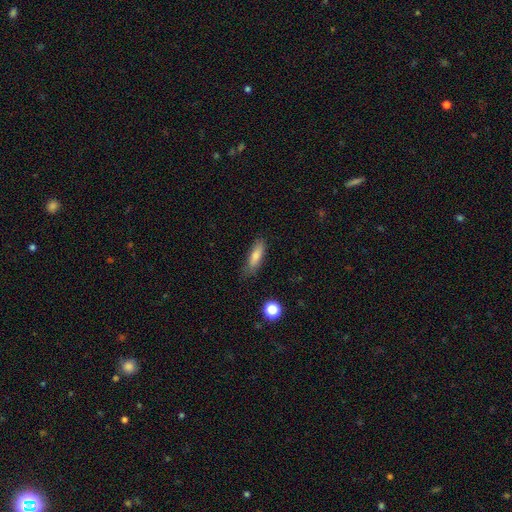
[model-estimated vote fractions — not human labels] A smooth galaxy with no disk features (75%) that is cigar-shaped (58%). Merging: none (75%).